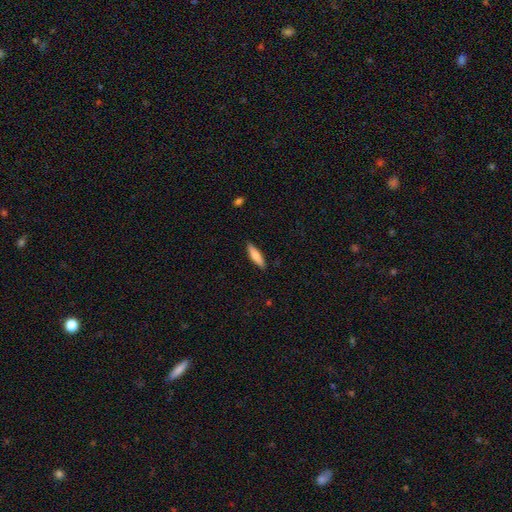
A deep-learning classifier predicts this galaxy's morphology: A smooth galaxy with no disk features (76%) that is cigar-shaped (68%). Merging: none (89%).